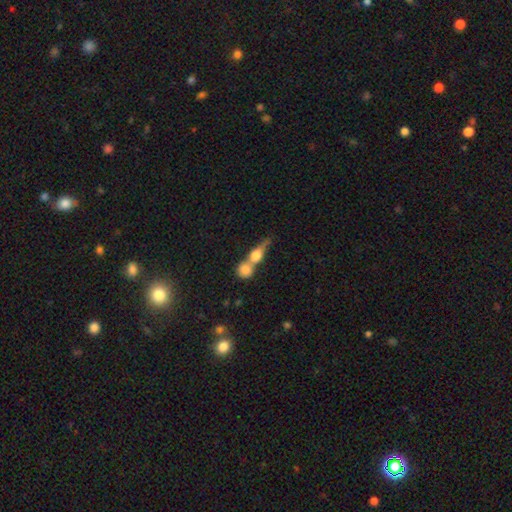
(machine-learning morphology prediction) Q: Smooth or featured?
A: smooth (65%); runner-up: featured or disk (26%)
Q: How rounded?
A: round (44%); runner-up: in between (36%)
Q: Merging?
A: merger (68%); runner-up: none (20%)